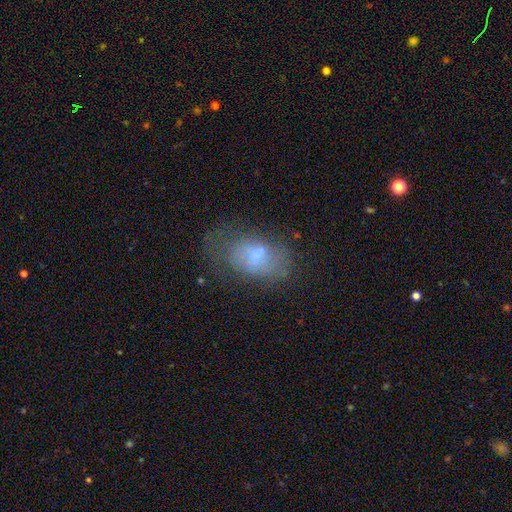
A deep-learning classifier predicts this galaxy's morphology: Q: Smooth or featured?
A: smooth (57%); runner-up: featured or disk (32%)
Q: How rounded?
A: in between (88%); runner-up: round (10%)
Q: Merging?
A: none (49%); runner-up: minor disturbance (28%)